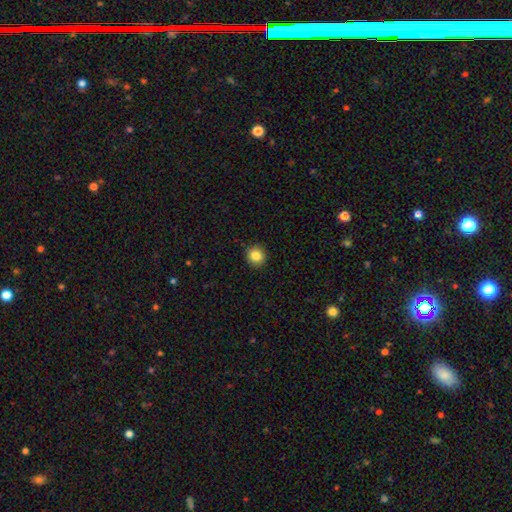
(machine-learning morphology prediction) Smooth or featured? smooth (85%)
How rounded? round (89%)
Merging? none (91%)